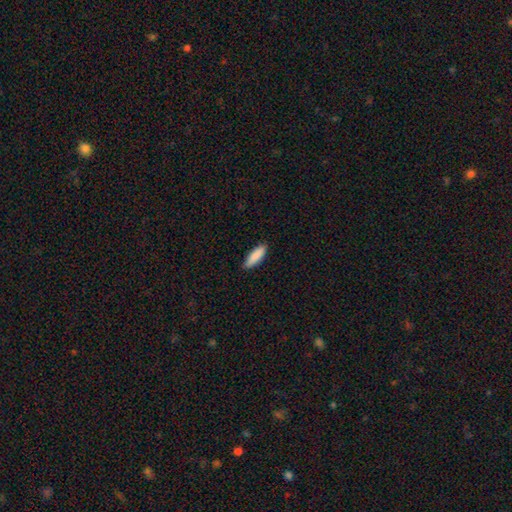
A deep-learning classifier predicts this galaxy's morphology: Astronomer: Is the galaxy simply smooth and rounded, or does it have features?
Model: smooth — 89%.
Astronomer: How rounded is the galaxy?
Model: cigar-shaped — 50% (runner-up: in between, 48%).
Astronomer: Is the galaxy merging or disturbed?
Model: none — 86%.